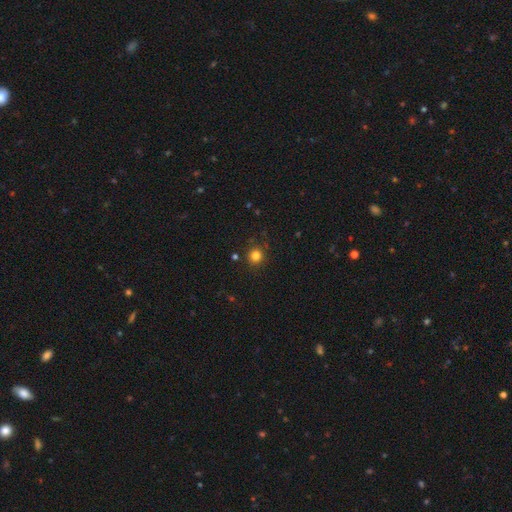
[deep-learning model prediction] Morphology: type=smooth (81%); roundness=round (92%); merging=none (87%).